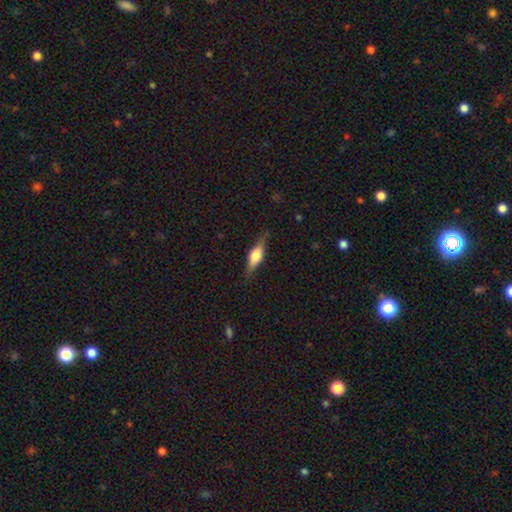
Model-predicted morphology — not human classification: This appears to be a featured or disk galaxy (49%). Merging: none (82%).